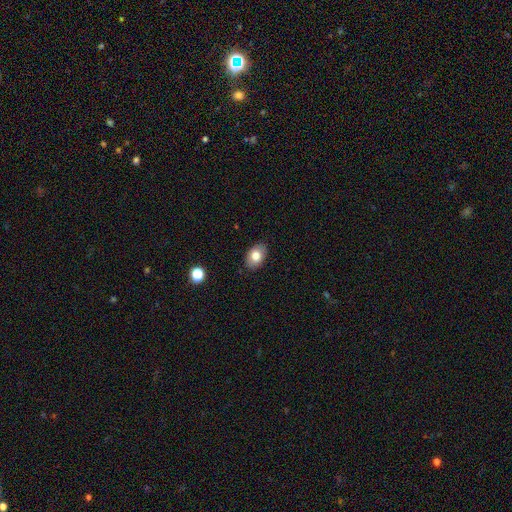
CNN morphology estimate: smooth_or_featured: smooth (p=0.80) [alt: featured or disk p=0.12]
how_rounded: in between (p=0.84) [alt: round p=0.14]
merging: none (p=0.86) [alt: minor disturbance p=0.10]